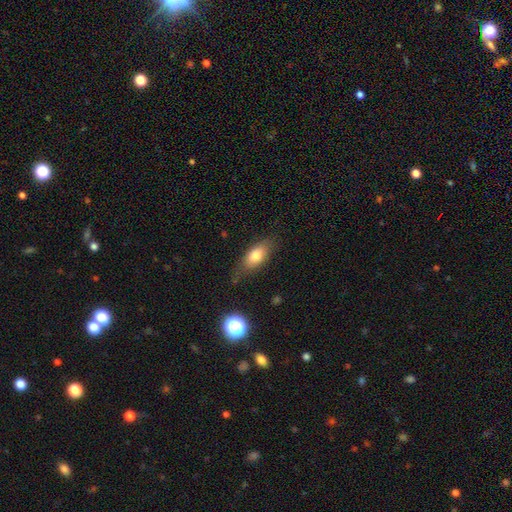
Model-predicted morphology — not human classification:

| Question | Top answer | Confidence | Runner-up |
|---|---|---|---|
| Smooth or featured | smooth | 75% | featured or disk (16%) |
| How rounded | in between | 81% | cigar-shaped (13%) |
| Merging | none | 69% | minor disturbance (21%) |